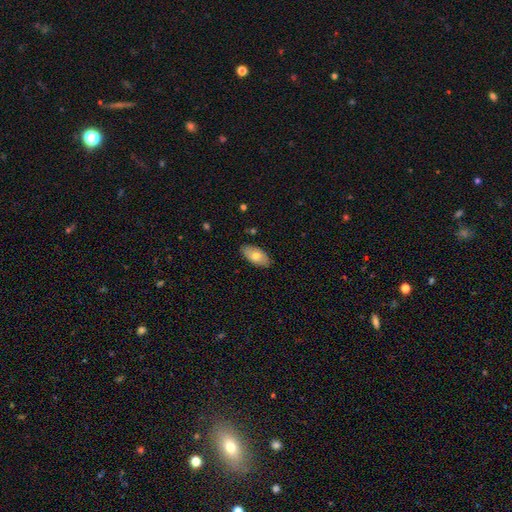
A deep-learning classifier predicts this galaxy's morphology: Smooth or featured? smooth (72%)
How rounded? in between (93%)
Merging? none (85%)